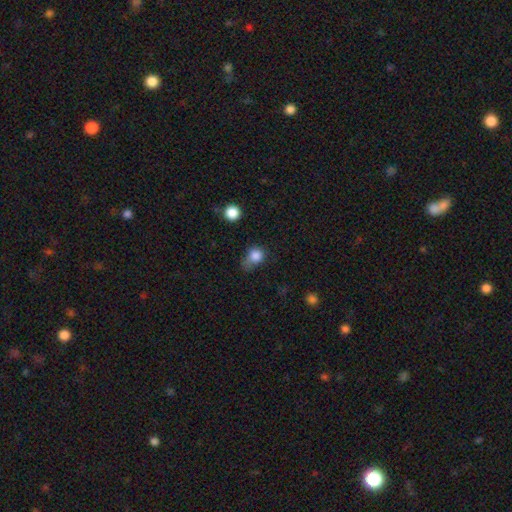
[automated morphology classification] Overall: smooth (82%). How rounded: round (62%; in between 36%). Merging: minor disturbance (39%; none 32%).